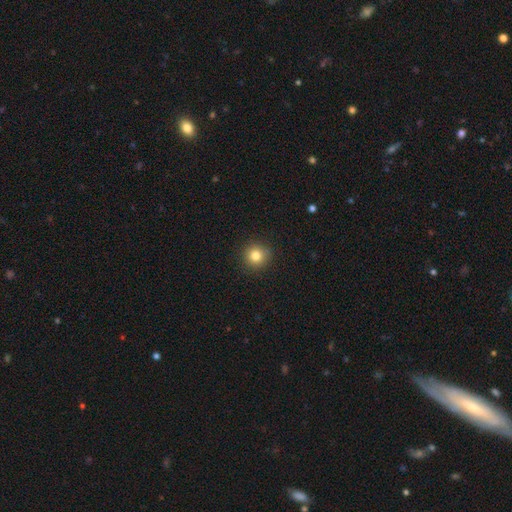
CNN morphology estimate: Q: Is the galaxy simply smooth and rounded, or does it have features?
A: smooth — 82%.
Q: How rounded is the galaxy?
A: round — 93%.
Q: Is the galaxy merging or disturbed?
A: none — 91%.